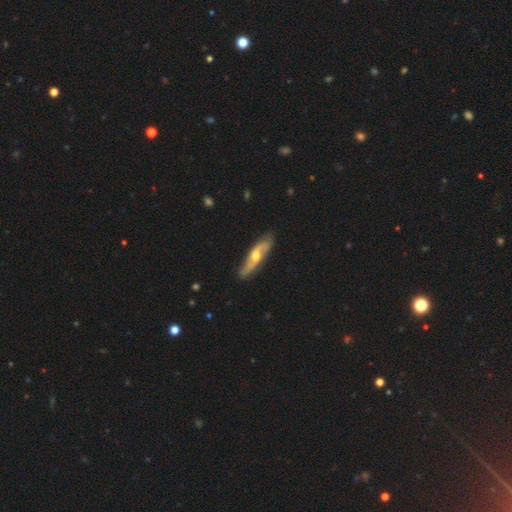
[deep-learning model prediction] Q: Smooth or featured?
A: featured or disk (75%); runner-up: smooth (20%)
Q: Edge-on disk?
A: no (66%); runner-up: yes (34%)
Q: Merging?
A: none (81%); runner-up: minor disturbance (15%)